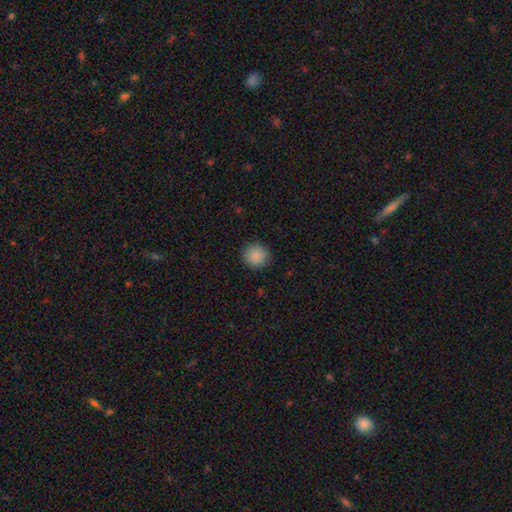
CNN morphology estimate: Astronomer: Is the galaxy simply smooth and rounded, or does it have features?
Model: smooth — 89%.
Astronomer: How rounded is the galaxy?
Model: round — 94%.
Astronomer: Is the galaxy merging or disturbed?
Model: none — 91%.